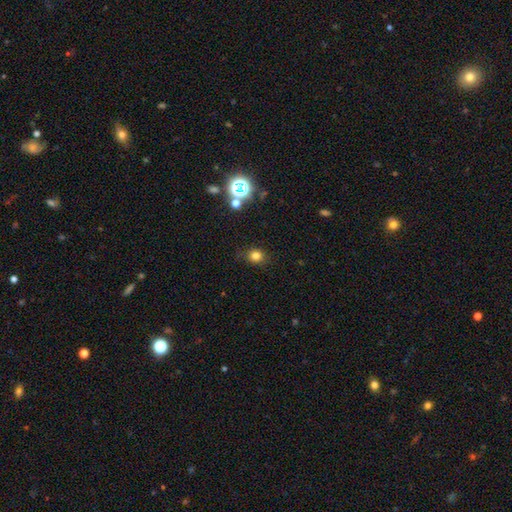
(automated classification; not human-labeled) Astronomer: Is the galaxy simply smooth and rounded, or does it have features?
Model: smooth — 78%.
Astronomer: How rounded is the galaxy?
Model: round — 73%.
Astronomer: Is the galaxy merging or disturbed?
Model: none — 83%.